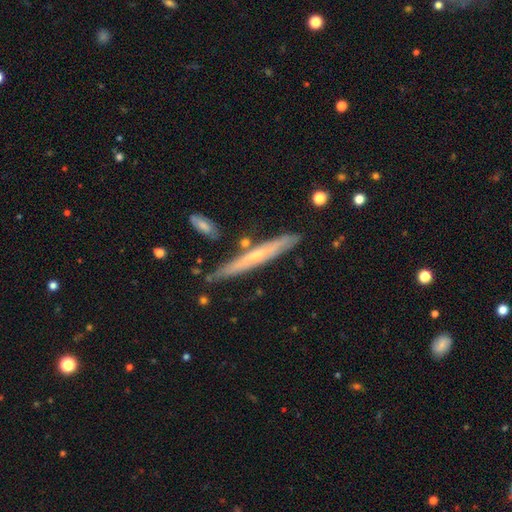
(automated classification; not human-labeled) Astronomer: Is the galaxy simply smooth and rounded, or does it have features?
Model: featured or disk — 60%.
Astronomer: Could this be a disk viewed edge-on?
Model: yes — 90%.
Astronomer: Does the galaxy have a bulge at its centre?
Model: rounded — 48%, tied with none at 48%.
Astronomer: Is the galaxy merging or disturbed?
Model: none — 81%.